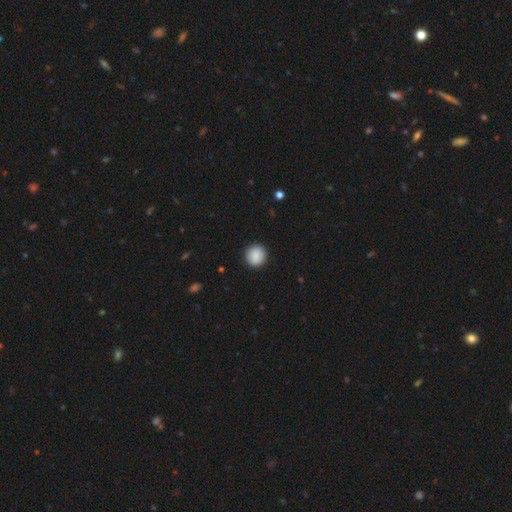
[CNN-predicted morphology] Smooth or featured? Predicted: smooth (p=0.87). How rounded? Predicted: round (p=0.91). Merging? Predicted: none (p=0.91).